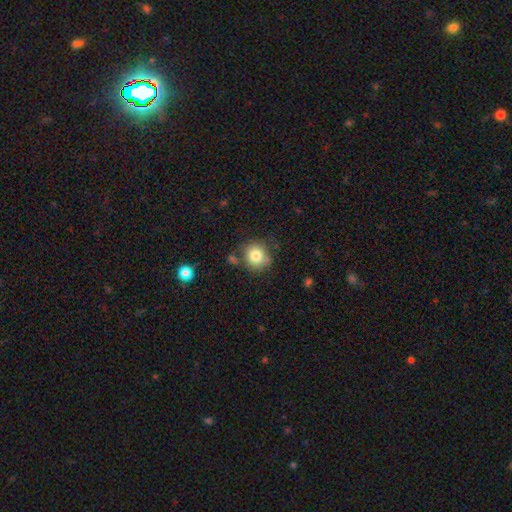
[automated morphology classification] This is clearly a smooth galaxy (82%). How rounded: clearly round (87%). Merging: likely none (73%).